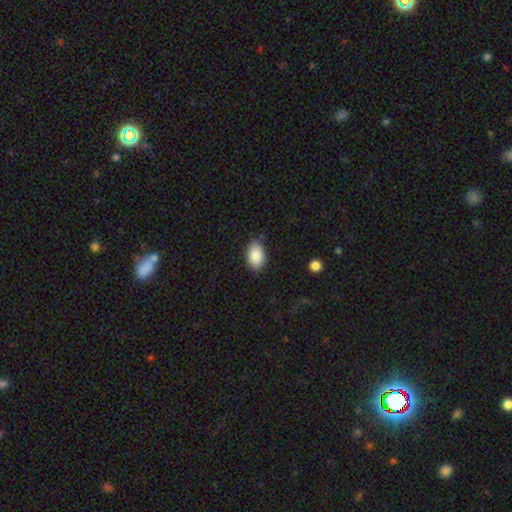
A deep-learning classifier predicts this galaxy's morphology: smooth-or-featured: smooth: 88% | star or artifact: 7% | featured or disk: 6%
  how-rounded: in between: 92% | round: 7% | cigar-shaped: 1%
  merging: none: 82% | minor disturbance: 14% | major disturbance: 3% | merger: 1%